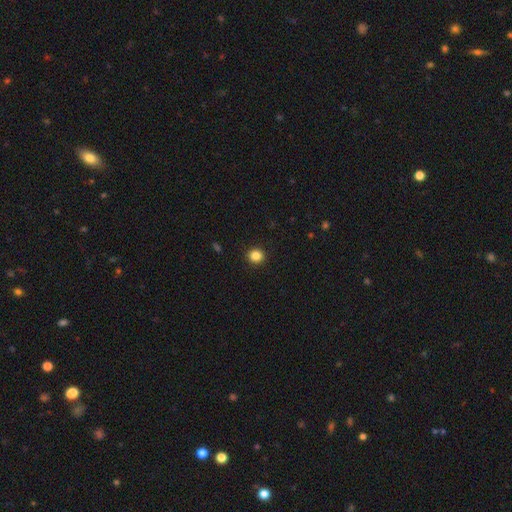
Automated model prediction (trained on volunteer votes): This is clearly a smooth galaxy (85%). How rounded: clearly round (87%). Merging: clearly none (93%).